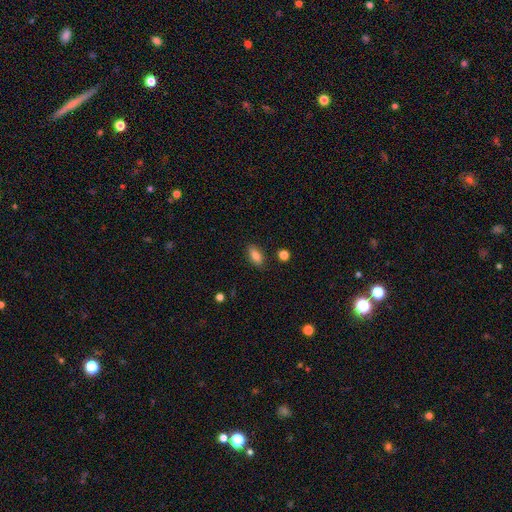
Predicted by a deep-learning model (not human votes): Smooth or featured: smooth — 82% (featured or disk — 10%)
How rounded: in between — 81% (cigar-shaped — 14%)
Merging: none — 85% (minor disturbance — 10%)